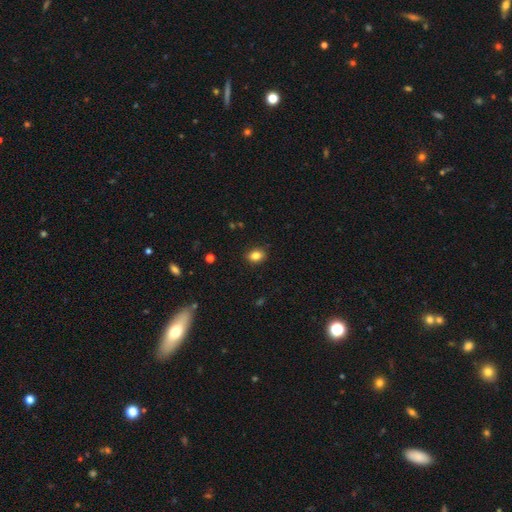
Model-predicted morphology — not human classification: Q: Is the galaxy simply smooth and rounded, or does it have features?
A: smooth — 84%.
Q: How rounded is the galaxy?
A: in between — 65%.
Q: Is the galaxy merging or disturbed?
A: none — 88%.